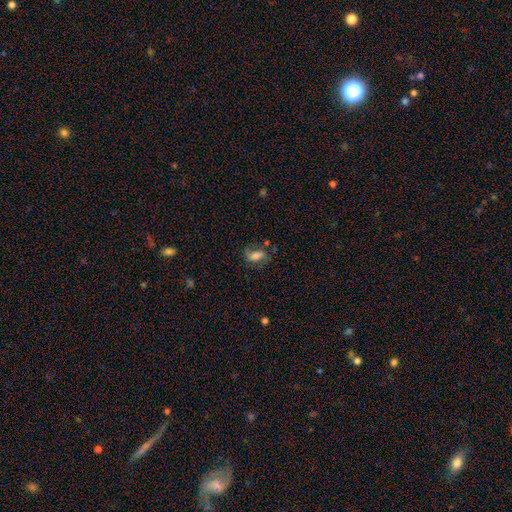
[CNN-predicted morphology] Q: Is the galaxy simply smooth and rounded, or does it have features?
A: smooth — 56%.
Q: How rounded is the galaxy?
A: in between — 82%.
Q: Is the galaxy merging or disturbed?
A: none — 62%.